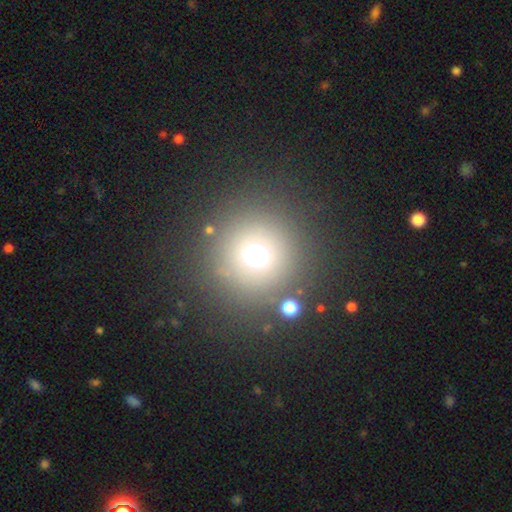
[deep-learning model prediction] Smooth or featured? smooth (62%)
How rounded? round (94%)
Merging? none (82%)